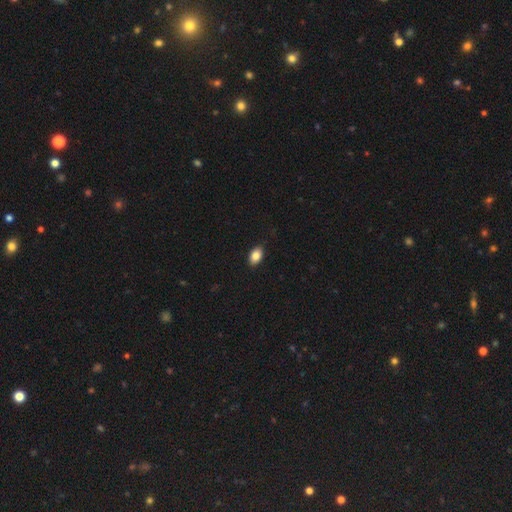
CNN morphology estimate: A smooth galaxy with no disk features (85%) that is in between round and cigar-shaped (89%). Merging: none (88%).